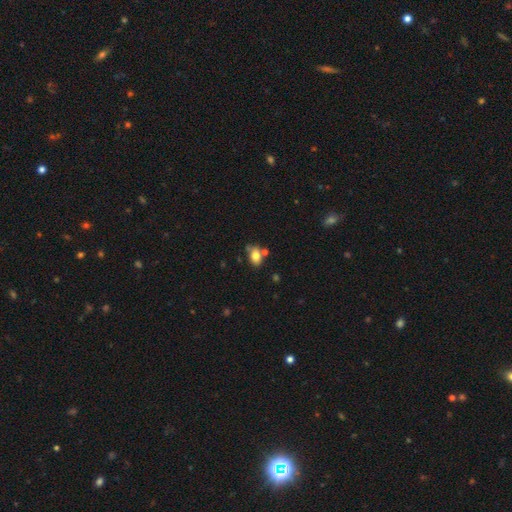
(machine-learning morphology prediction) Smooth or featured: smooth — 77% (featured or disk — 14%)
How rounded: in between — 79% (round — 20%)
Merging: none — 54% (minor disturbance — 21%)